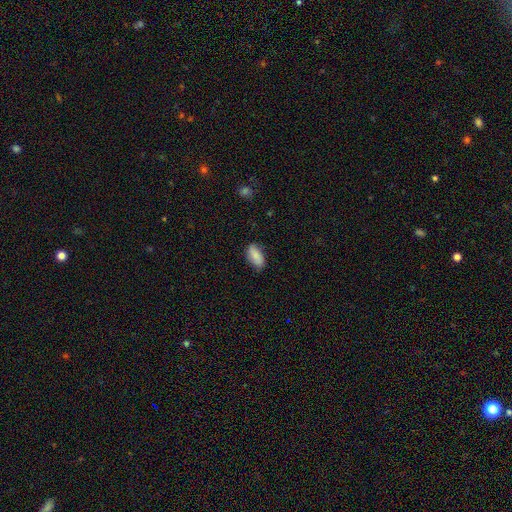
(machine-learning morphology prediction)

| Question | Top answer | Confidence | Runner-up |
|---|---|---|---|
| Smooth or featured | smooth | 86% | featured or disk (8%) |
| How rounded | in between | 91% | cigar-shaped (6%) |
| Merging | none | 81% | minor disturbance (15%) |